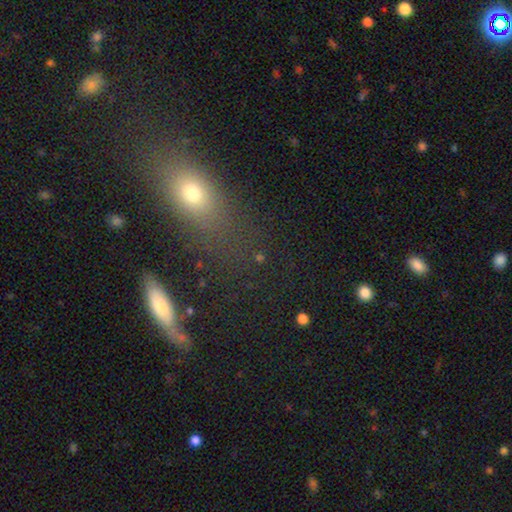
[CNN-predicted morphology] Smooth or featured? Predicted: smooth (p=0.60). How rounded? Predicted: round (p=0.47). Merging? Predicted: none (p=0.71).